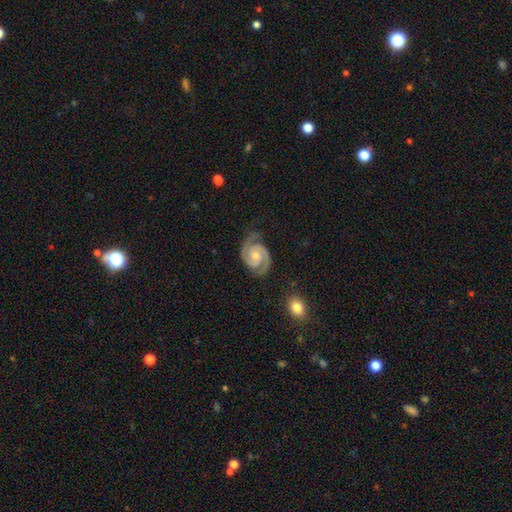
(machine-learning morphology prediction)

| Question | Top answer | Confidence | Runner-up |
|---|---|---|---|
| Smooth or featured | featured or disk | 92% | star or artifact (4%) |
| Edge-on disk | no | 98% | yes (2%) |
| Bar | no | 60% | weak (32%) |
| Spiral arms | yes | 99% | no (1%) |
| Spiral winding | tight | 56% | medium (39%) |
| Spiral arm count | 2 | 93% | 3 (2%) |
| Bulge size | moderate | 54% | small (37%) |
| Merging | none | 78% | minor disturbance (16%) |